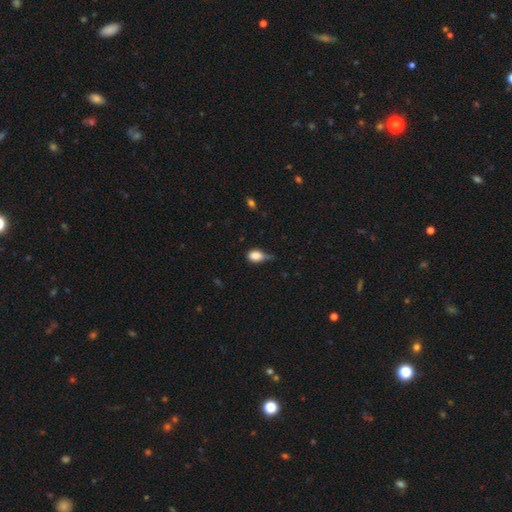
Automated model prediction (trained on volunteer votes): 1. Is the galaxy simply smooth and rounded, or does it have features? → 82% smooth, 9% featured or disk, 9% star or artifact.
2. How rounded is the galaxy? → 74% in between, 23% round, 3% cigar-shaped.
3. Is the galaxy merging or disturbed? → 47% minor disturbance, 31% none, 17% major disturbance, 4% merger.